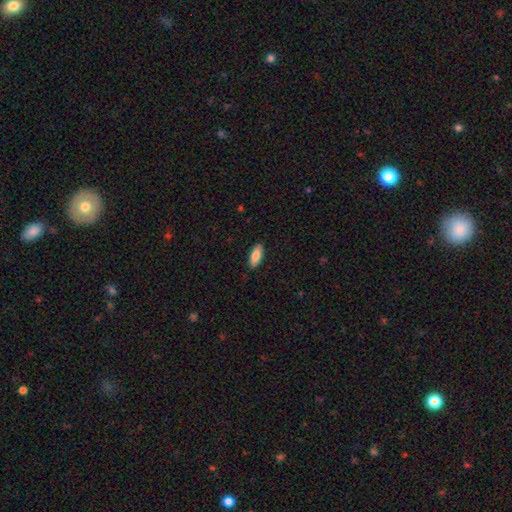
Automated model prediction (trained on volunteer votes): Smooth or featured? Predicted: smooth (p=0.85). How rounded? Predicted: in between (p=0.79). Merging? Predicted: none (p=0.90).